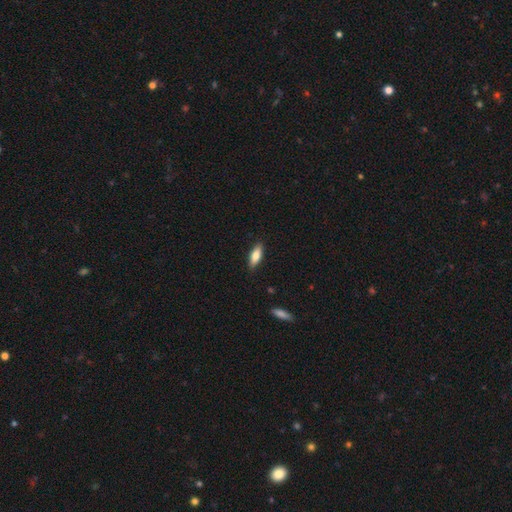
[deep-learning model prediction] Morphology: type=smooth (77%); roundness=in between (64%); merging=none (87%).